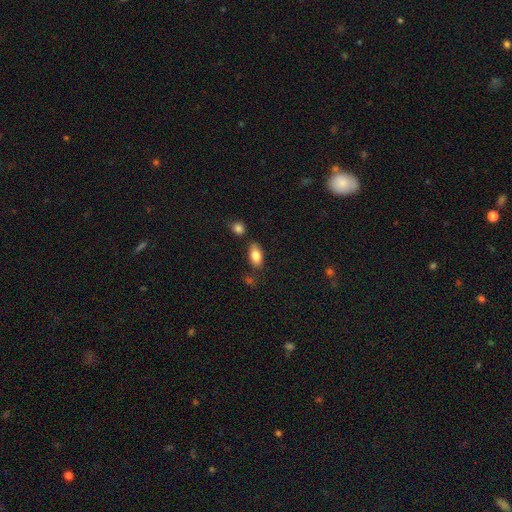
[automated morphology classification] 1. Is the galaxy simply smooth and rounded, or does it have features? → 82% smooth, 10% featured or disk, 7% star or artifact.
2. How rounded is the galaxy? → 90% in between, 5% round, 5% cigar-shaped.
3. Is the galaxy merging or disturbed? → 74% none, 15% minor disturbance, 8% merger, 4% major disturbance.